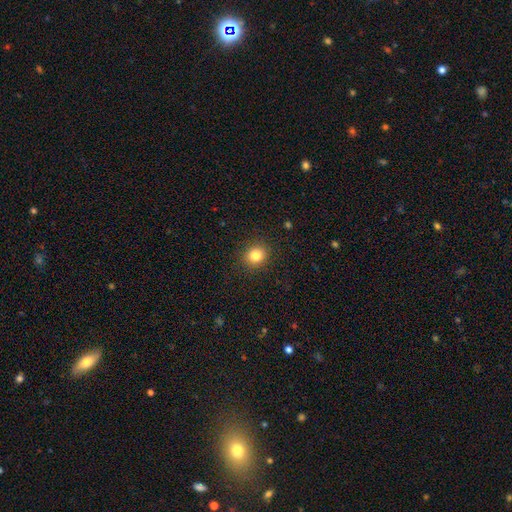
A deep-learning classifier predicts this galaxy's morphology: This is clearly a smooth galaxy (82%). How rounded: likely round (78%). Merging: clearly none (90%).